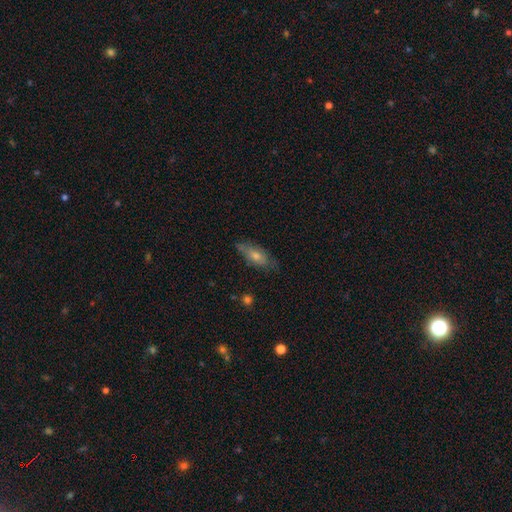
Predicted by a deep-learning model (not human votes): A smooth galaxy with no disk features (48%). Merging: none (75%).